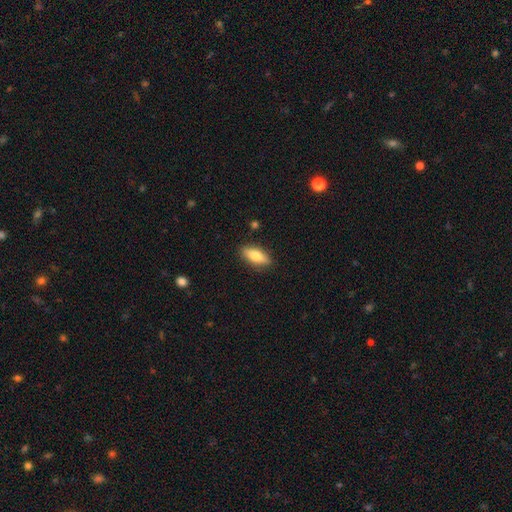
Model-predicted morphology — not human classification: Smooth or featured: smooth — 74% (featured or disk — 20%)
How rounded: in between — 74% (cigar-shaped — 24%)
Merging: none — 87% (minor disturbance — 10%)